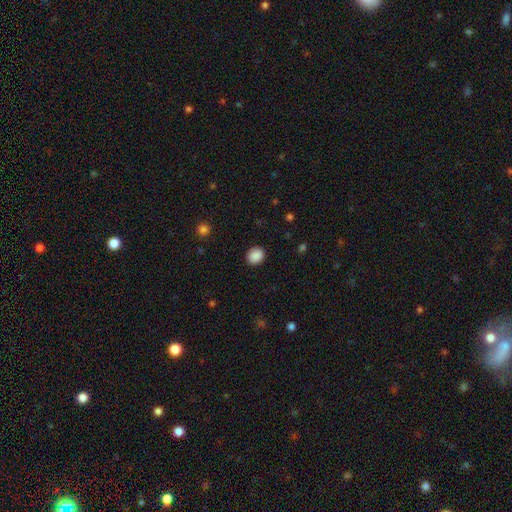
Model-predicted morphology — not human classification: smooth_or_featured: smooth (p=0.89) [alt: star or artifact p=0.08]
how_rounded: round (p=0.66) [alt: in between p=0.34]
merging: none (p=0.90) [alt: minor disturbance p=0.06]